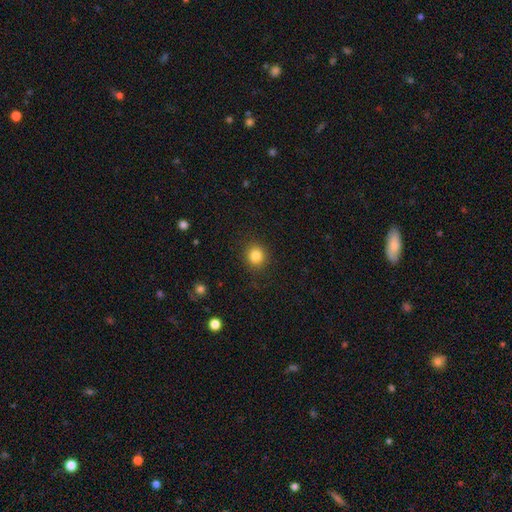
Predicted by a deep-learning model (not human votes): Overall: smooth (83%). How rounded: round (87%). Merging: none (90%).